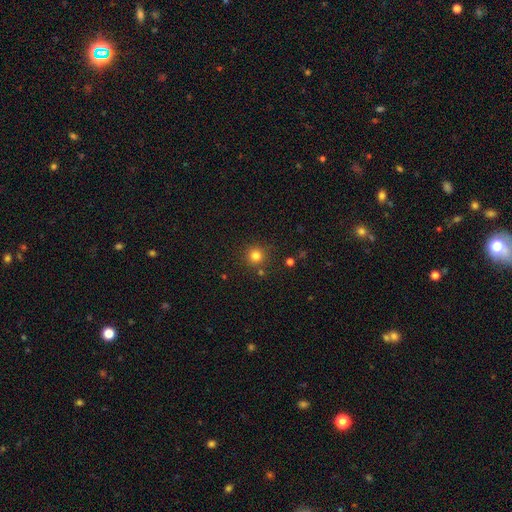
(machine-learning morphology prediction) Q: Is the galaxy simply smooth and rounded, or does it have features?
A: smooth — 80%.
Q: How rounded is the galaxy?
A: round — 95%.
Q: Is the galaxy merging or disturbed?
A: none — 85%.